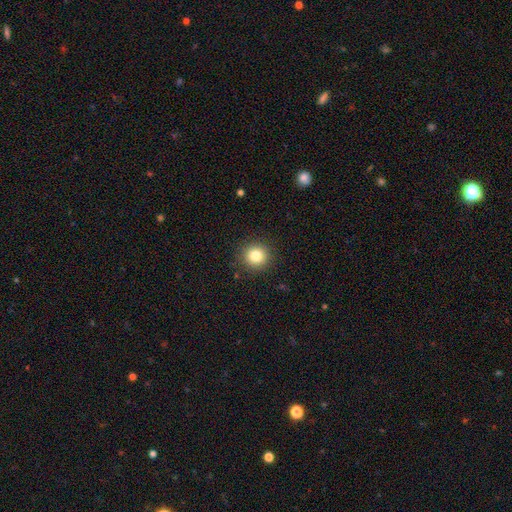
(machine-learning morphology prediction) The model was most divided on "smooth or featured": smooth: 83%, star or artifact: 11%, featured or disk: 6%. More confident: how rounded — round (94%); merging — none (90%).